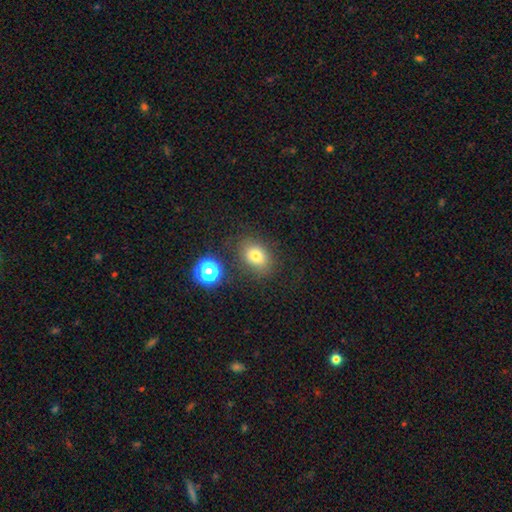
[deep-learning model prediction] A smooth galaxy with no disk features (77%) that is in between round and cigar-shaped (65%). Merging: none (77%).